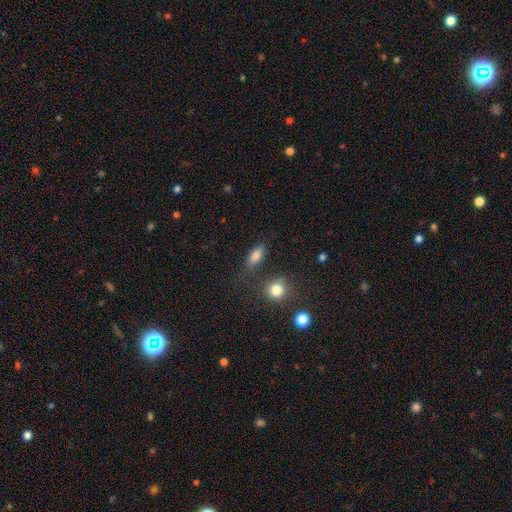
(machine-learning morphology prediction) Overall: smooth (81%). How rounded: in between (73%). Merging: none (74%).